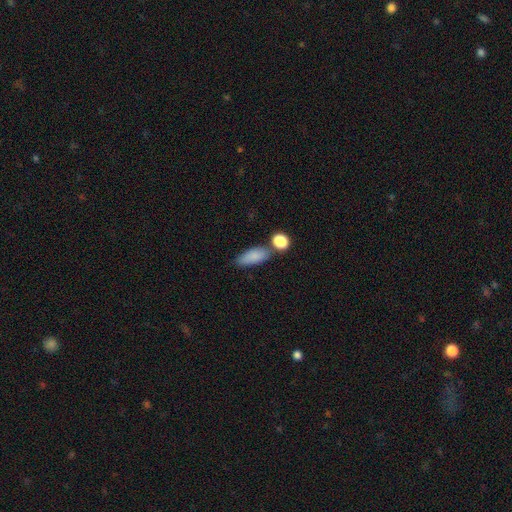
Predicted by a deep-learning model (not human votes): A smooth galaxy with no disk features (84%) that is in between round and cigar-shaped (77%). Merging: none (57%).